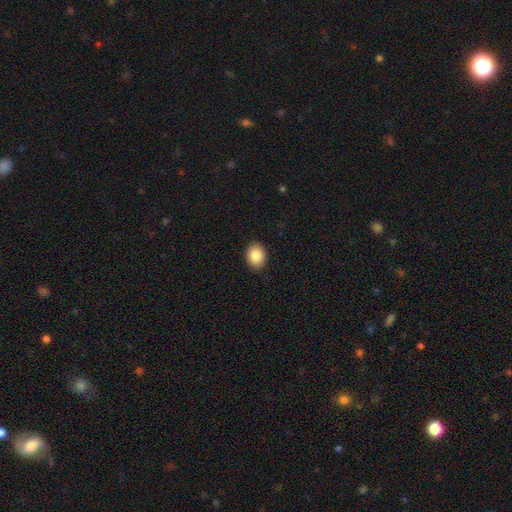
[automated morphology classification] smooth-or-featured: smooth: 88% | star or artifact: 7% | featured or disk: 5%
  how-rounded: in between: 70% | round: 30% | cigar-shaped: 1%
  merging: none: 90% | minor disturbance: 8% | major disturbance: 2% | merger: 1%